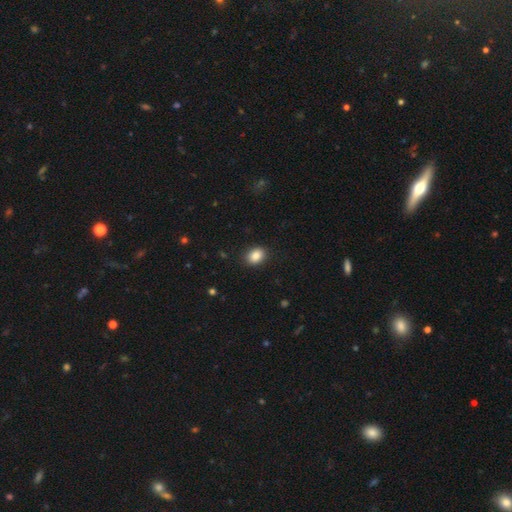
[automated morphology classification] The model was most divided on "how rounded": in between: 65%, round: 34%, cigar-shaped: 1%. More confident: merging — none (88%); smooth or featured — smooth (87%).